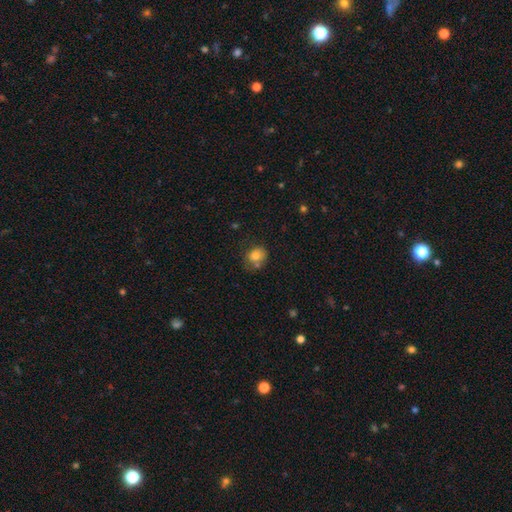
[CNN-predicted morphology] A smooth galaxy with no disk features (78%) that is round (59%). Merging: none (52%).